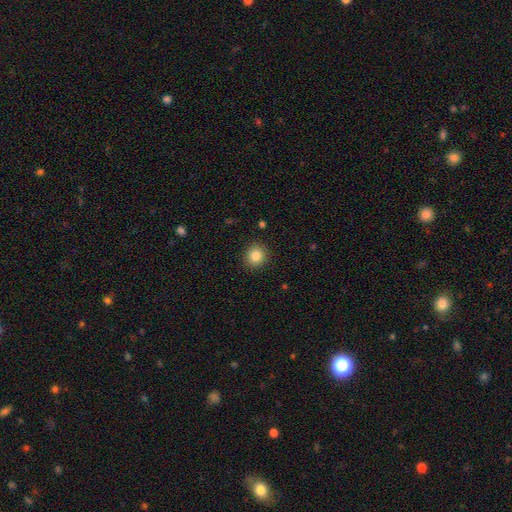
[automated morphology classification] This is clearly a smooth galaxy (85%). How rounded: clearly round (88%). Merging: clearly none (90%).